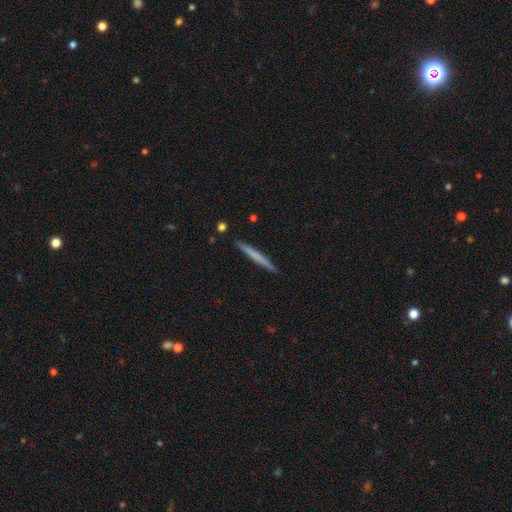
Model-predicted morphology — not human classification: smooth_or_featured: smooth (p=0.62) [alt: featured or disk p=0.33]
how_rounded: cigar-shaped (p=0.97) [alt: in between p=0.02]
merging: none (p=0.91) [alt: minor disturbance p=0.06]